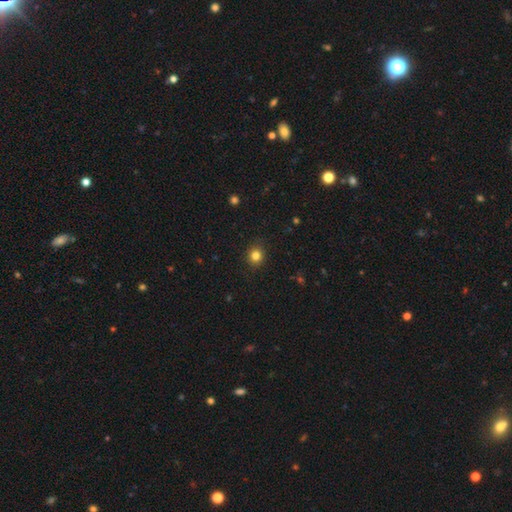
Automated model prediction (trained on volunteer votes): This appears to be a smooth galaxy with no disk features (82%) that is round (81%). Merging: none (89%).